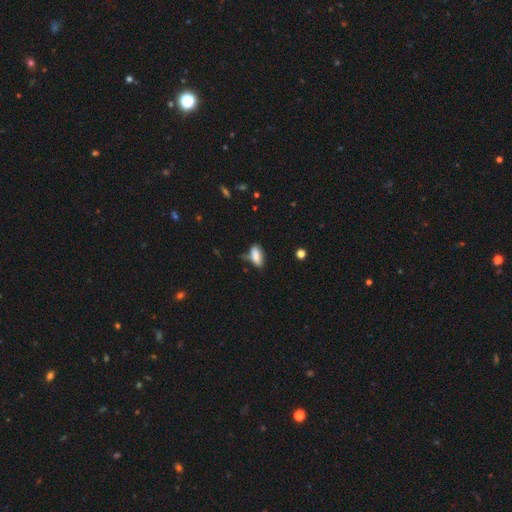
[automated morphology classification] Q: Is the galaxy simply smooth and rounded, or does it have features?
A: smooth — 84%.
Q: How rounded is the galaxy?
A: in between — 87%.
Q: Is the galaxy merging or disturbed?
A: none — 57%.